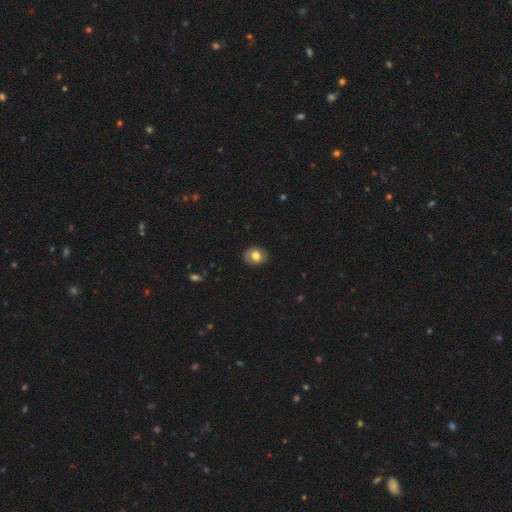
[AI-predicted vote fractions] The model was most divided on "how rounded": round: 52%, in between: 47%, cigar-shaped: 1%. More confident: merging — none (83%); smooth or featured — smooth (65%).